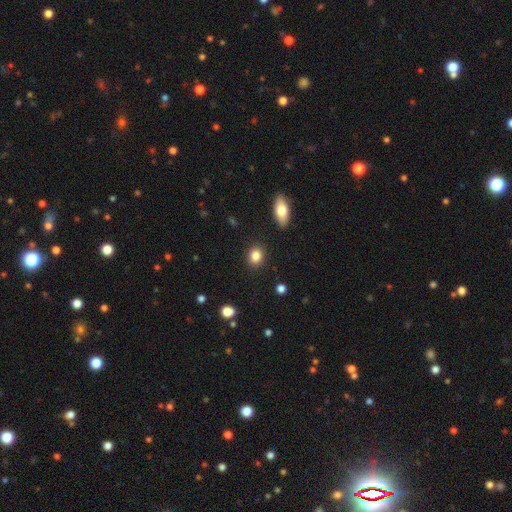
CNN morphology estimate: A smooth galaxy with no disk features (85%) that is round (58%).

Vote fractions:
- Smooth or featured? smooth: 85% / star or artifact: 9% / featured or disk: 6%
- How rounded? round: 58% / in between: 41% / cigar-shaped: 2%
- Merging? none: 89% / minor disturbance: 7% / major disturbance: 2% / merger: 2%